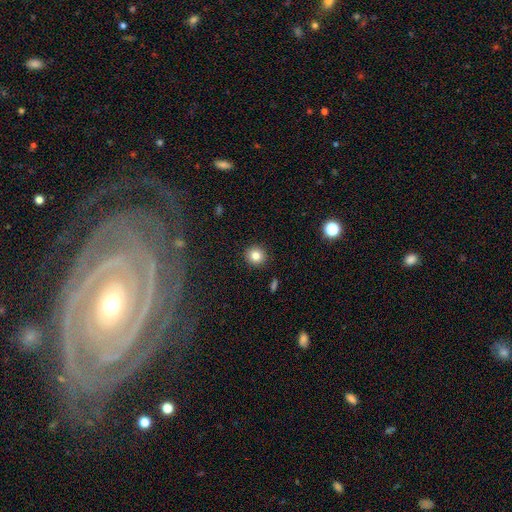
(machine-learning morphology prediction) Smooth or featured? Predicted: smooth (p=0.82). How rounded? Predicted: round (p=0.91). Merging? Predicted: none (p=0.92).